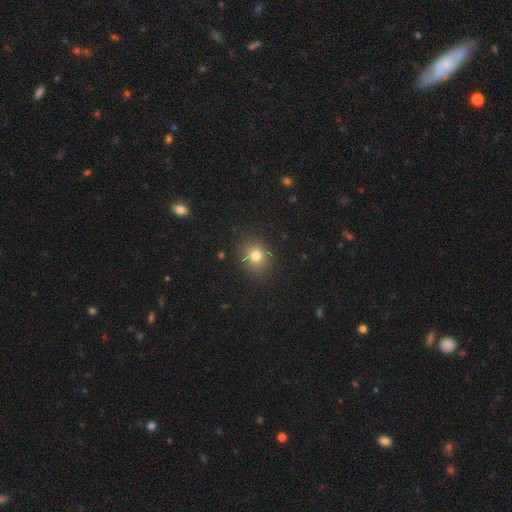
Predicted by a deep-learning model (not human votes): Smooth or featured? smooth (78%)
How rounded? round (70%)
Merging? none (86%)